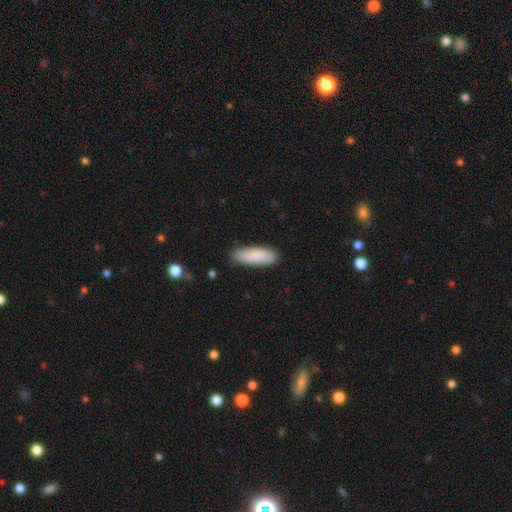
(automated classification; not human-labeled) smooth 86%, featured or disk 8%, star or artifact 6%. Down the decision tree: how rounded — in between (66%); merging — none (82%).